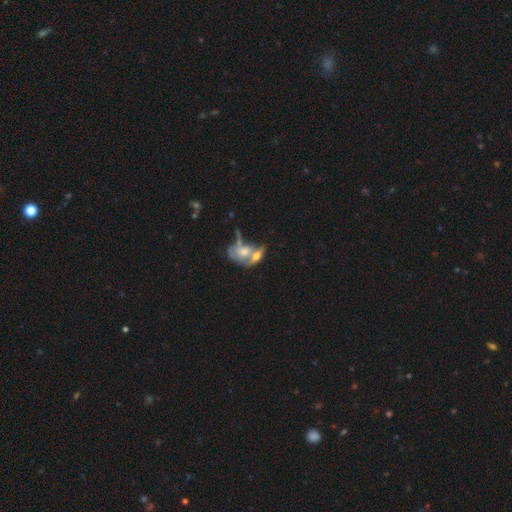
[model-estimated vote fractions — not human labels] Overall: featured or disk (54%; smooth 34%). Edge-on disk: no (87%). Merging: merger (63%).